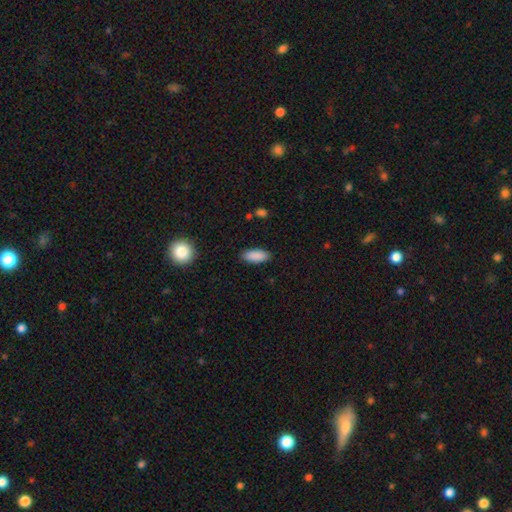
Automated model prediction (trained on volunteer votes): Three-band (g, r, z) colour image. It shows a smooth galaxy with no disk features (90%) that is in between round and cigar-shaped (83%). Merging: none (89%).